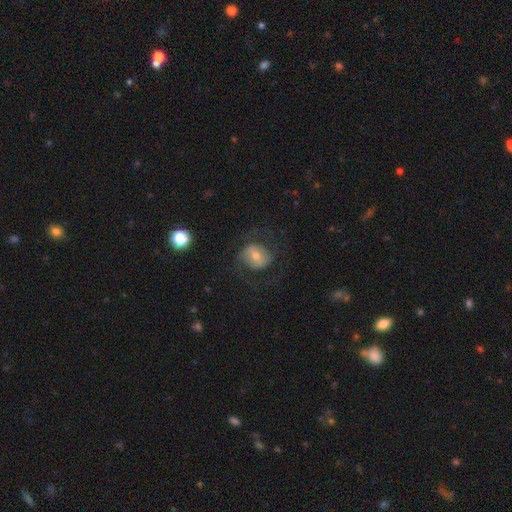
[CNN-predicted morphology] featured or disk 49%, smooth 42%, star or artifact 9%. Down the decision tree: merging — none (64%).